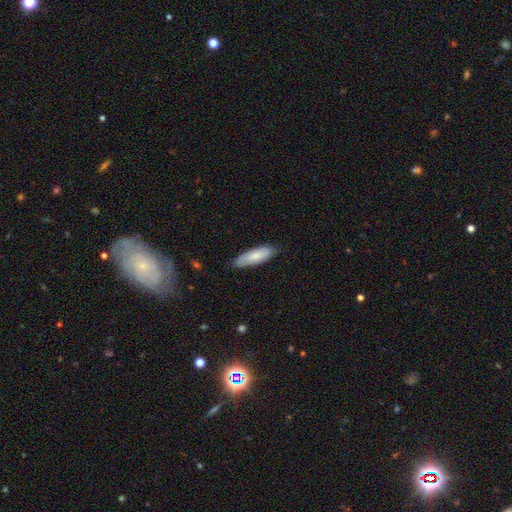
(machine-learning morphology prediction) smooth-or-featured: smooth: 78% | featured or disk: 17% | star or artifact: 6%
  how-rounded: in between: 59% | cigar-shaped: 39% | round: 1%
  merging: none: 79% | minor disturbance: 17% | major disturbance: 3% | merger: 1%